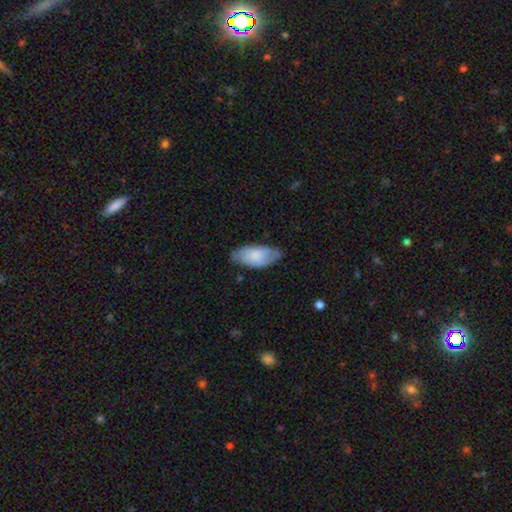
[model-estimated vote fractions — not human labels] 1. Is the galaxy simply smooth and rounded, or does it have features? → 74% smooth, 20% featured or disk, 6% star or artifact.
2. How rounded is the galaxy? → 92% in between, 6% cigar-shaped, 2% round.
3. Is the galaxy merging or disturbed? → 66% none, 27% minor disturbance, 5% major disturbance, 1% merger.